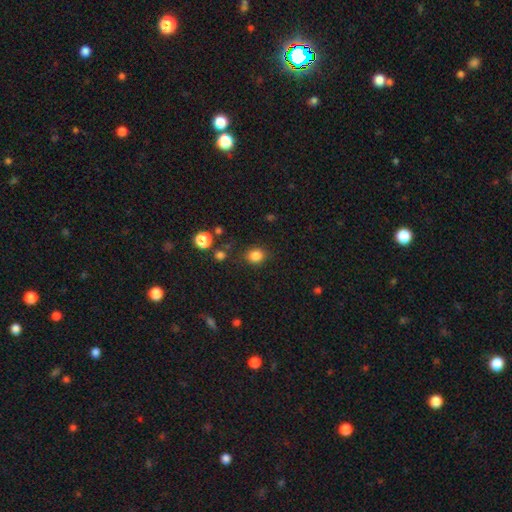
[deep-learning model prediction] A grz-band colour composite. It shows a smooth galaxy with no disk features (84%) that is round (73%). Merging: none (83%).